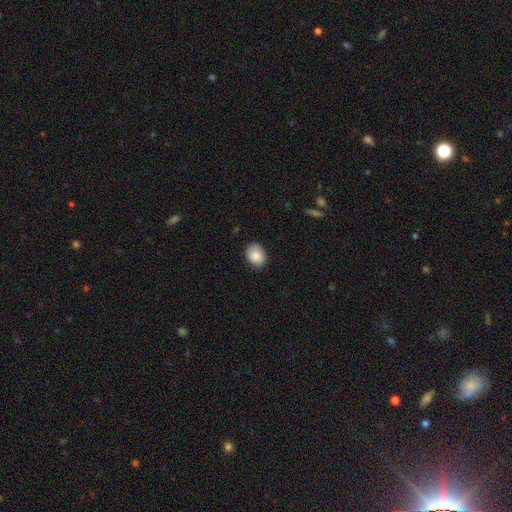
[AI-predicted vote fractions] This is clearly a smooth galaxy (87%). How rounded: likely in between (63%). Merging: clearly none (83%).